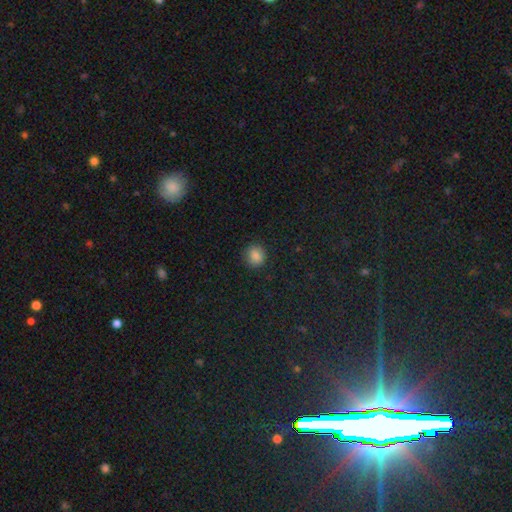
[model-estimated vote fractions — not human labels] smooth_or_featured: smooth (p=0.85) [alt: star or artifact p=0.12]
how_rounded: round (p=0.81) [alt: in between p=0.18]
merging: none (p=0.86) [alt: minor disturbance p=0.10]